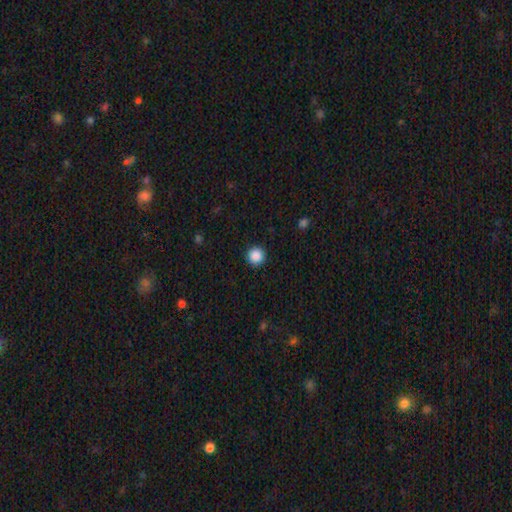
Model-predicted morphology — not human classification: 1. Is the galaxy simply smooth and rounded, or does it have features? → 88% smooth, 10% star or artifact, 2% featured or disk.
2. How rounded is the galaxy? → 95% round, 4% in between, 1% cigar-shaped.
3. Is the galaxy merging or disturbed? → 92% none, 5% minor disturbance, 2% major disturbance, 1% merger.